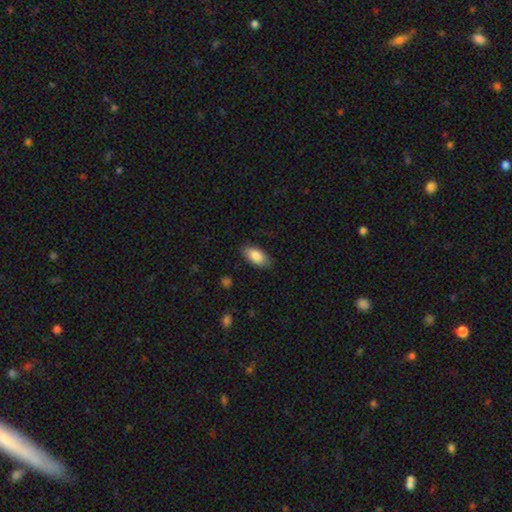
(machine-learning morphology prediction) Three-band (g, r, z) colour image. It shows a smooth galaxy with no disk features (84%) that is in between round and cigar-shaped (92%). Merging: none (84%).